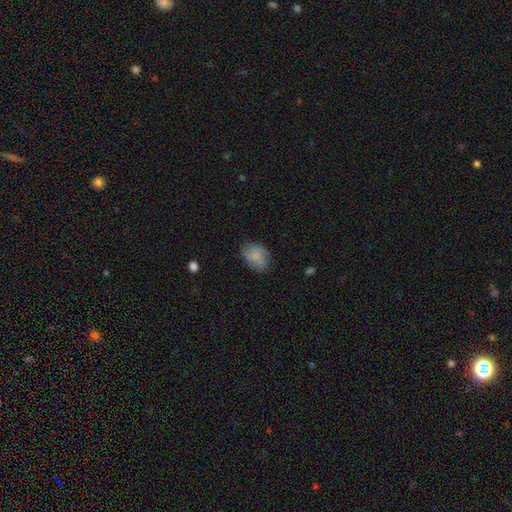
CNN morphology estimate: A smooth galaxy with no disk features (77%) that is in between round and cigar-shaped (73%).

Vote fractions:
- Smooth or featured? smooth: 77% / featured or disk: 16% / star or artifact: 7%
- How rounded? in between: 73% / round: 26% / cigar-shaped: 1%
- Merging? none: 71% / minor disturbance: 22% / major disturbance: 6% / merger: 1%